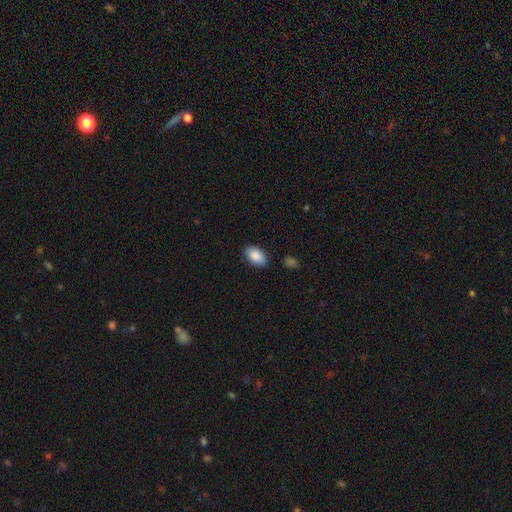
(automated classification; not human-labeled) The model was most divided on "merging": none: 85%, minor disturbance: 11%, major disturbance: 2%, merger: 2%. More confident: how rounded — in between (93%); smooth or featured — smooth (88%).